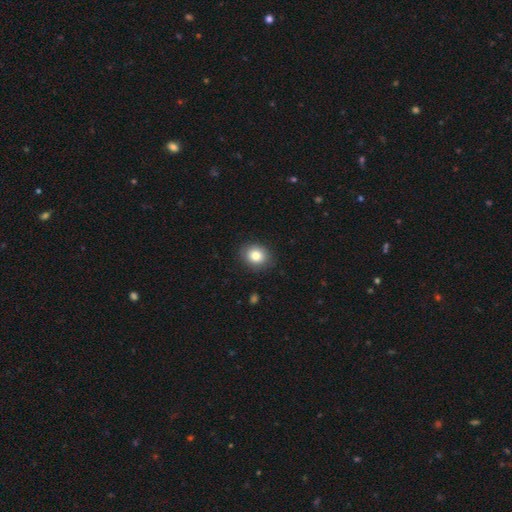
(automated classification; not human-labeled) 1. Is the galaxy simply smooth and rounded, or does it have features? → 81% smooth, 10% featured or disk, 9% star or artifact.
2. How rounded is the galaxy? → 59% round, 40% in between, 1% cigar-shaped.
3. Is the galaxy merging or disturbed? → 86% none, 10% minor disturbance, 3% major disturbance, 1% merger.